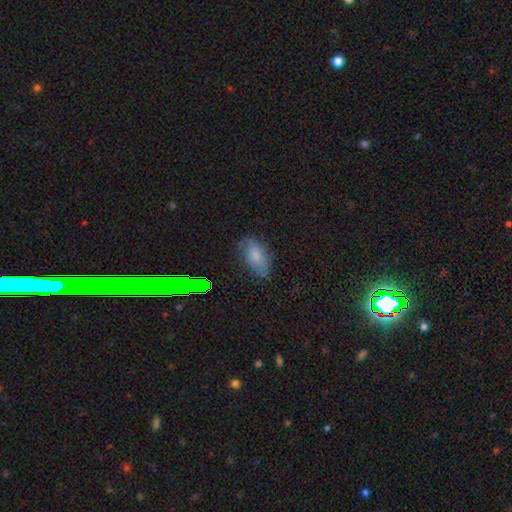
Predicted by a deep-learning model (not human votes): Morphology: type=smooth (68%); roundness=in between (90%); merging=none (63%).